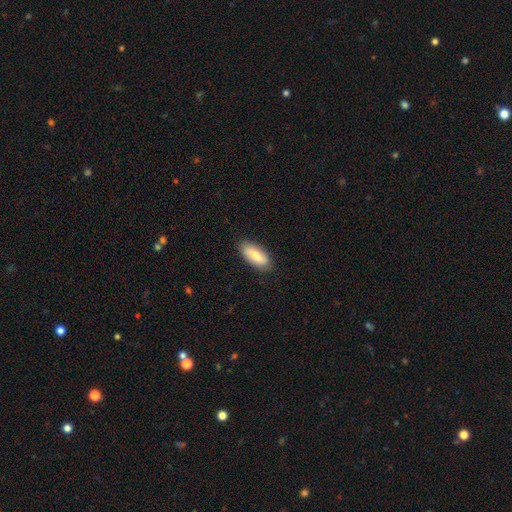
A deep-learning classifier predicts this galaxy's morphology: Overall: smooth (75%). How rounded: in between (84%). Merging: none (85%).